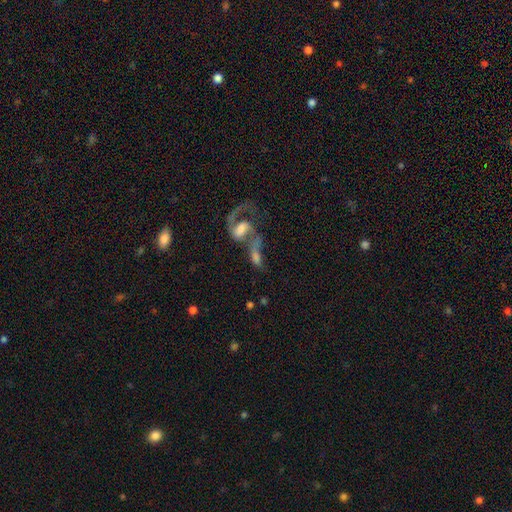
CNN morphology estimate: featured or disk 64%, smooth 24%, star or artifact 12%. Down the decision tree: edge-on disk — no (92%); bar — no (47%); spiral arms — yes (78%); bulge size — moderate (40%); merging — merger (61%).